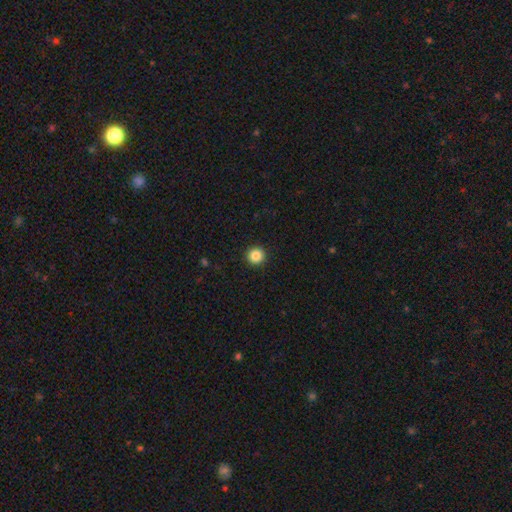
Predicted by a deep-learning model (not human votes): A smooth galaxy with no disk features (86%) that is round (96%). Merging: none (93%).